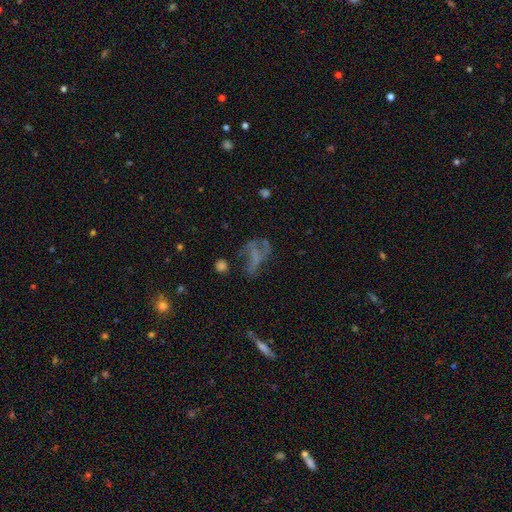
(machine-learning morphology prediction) featured or disk 47%, smooth 30%, star or artifact 24%. Down the decision tree: merging — major disturbance (38%).